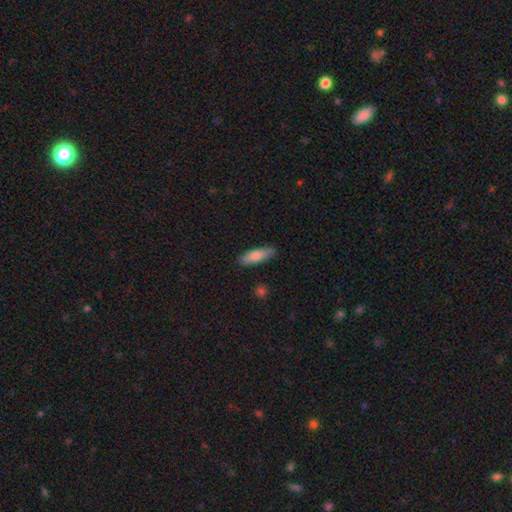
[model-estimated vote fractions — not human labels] Morphology: type=smooth (79%); roundness=cigar-shaped (50%); merging=none (86%).